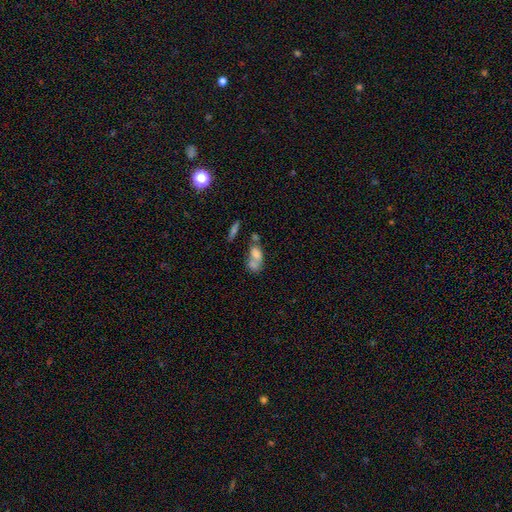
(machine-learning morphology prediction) Smooth or featured: smooth — 70% (featured or disk — 20%)
How rounded: in between — 79% (round — 14%)
Merging: merger — 58% (none — 22%)